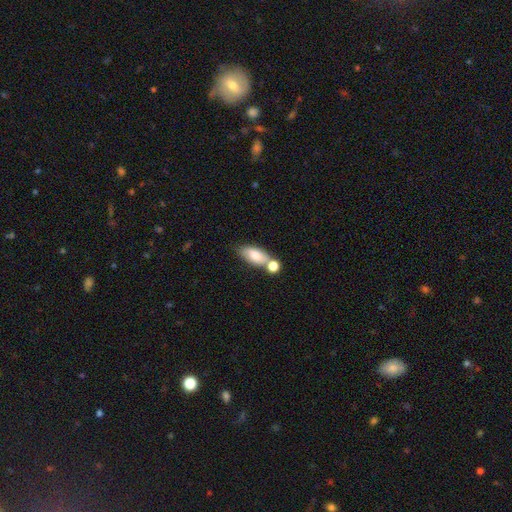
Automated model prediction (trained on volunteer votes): Smooth or featured? smooth (78%)
How rounded? in between (84%)
Merging? none (46%)